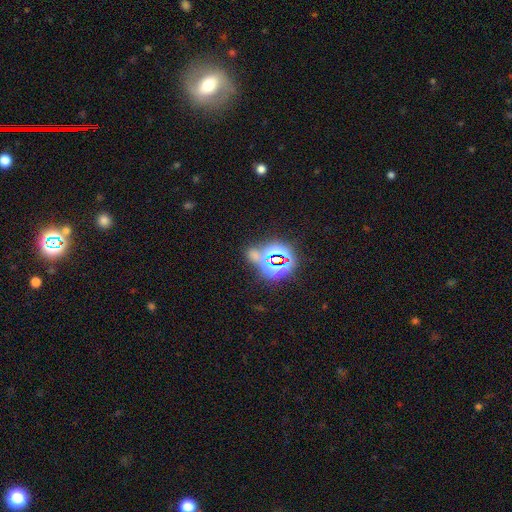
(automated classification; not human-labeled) smooth_or_featured: star or artifact (p=0.72) [alt: smooth p=0.20]